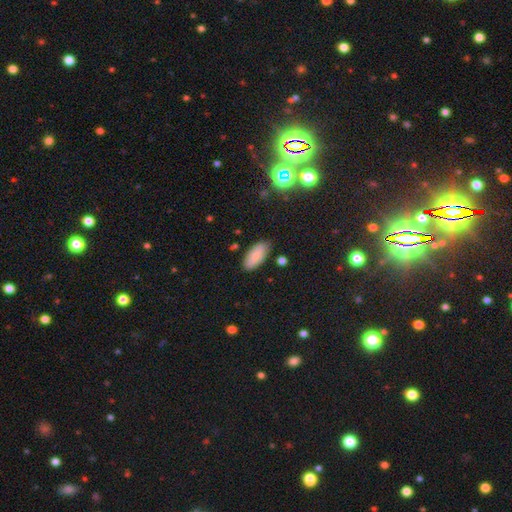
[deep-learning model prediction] The model was most divided on "merging": none: 81%, minor disturbance: 15%, major disturbance: 3%, merger: 2%. More confident: how rounded — in between (88%); smooth or featured — smooth (84%).